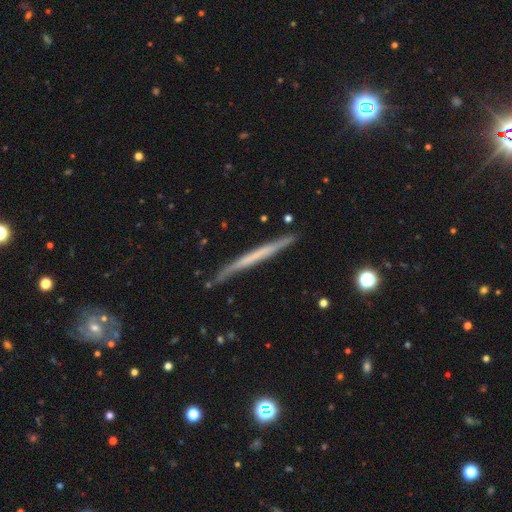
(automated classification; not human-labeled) A featured or disk galaxy (55%) viewed edge-on (97%) with no central bulge (89%).

Vote fractions:
- Smooth or featured? featured or disk: 55% / smooth: 39% / star or artifact: 6%
- Edge-on disk? yes: 97% / no: 3%
- Edge-on bulge? none: 89% / rounded: 6% / boxy: 4%
- Merging? none: 84% / minor disturbance: 12% / major disturbance: 2% / merger: 2%